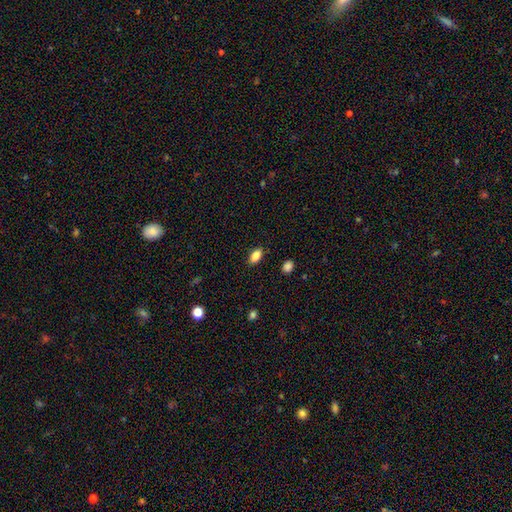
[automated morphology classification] Smooth or featured? smooth (86%)
How rounded? in between (89%)
Merging? none (87%)